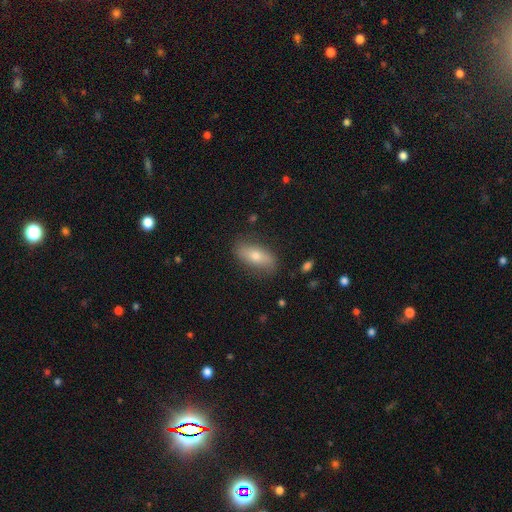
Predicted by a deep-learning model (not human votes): A smooth galaxy with no disk features (66%) that is in between round and cigar-shaped (78%).

Vote fractions:
- Smooth or featured? smooth: 66% / featured or disk: 27% / star or artifact: 8%
- How rounded? in between: 78% / cigar-shaped: 18% / round: 4%
- Merging? none: 81% / minor disturbance: 14% / major disturbance: 3% / merger: 1%